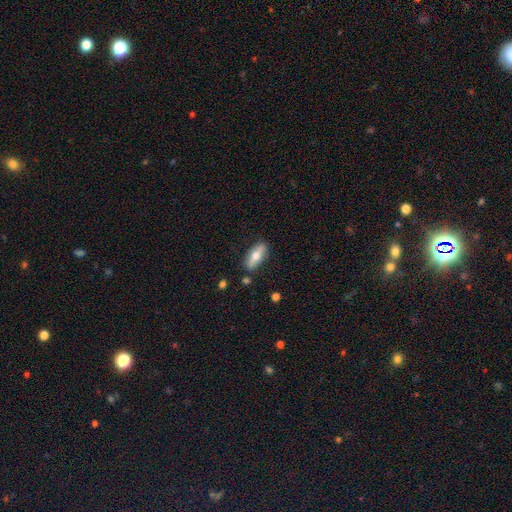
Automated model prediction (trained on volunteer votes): A smooth galaxy with no disk features (62%) that is in between round and cigar-shaped (70%).

Vote fractions:
- Smooth or featured? smooth: 62% / featured or disk: 32% / star or artifact: 6%
- How rounded? in between: 70% / cigar-shaped: 27% / round: 3%
- Merging? none: 85% / minor disturbance: 11% / merger: 2% / major disturbance: 2%